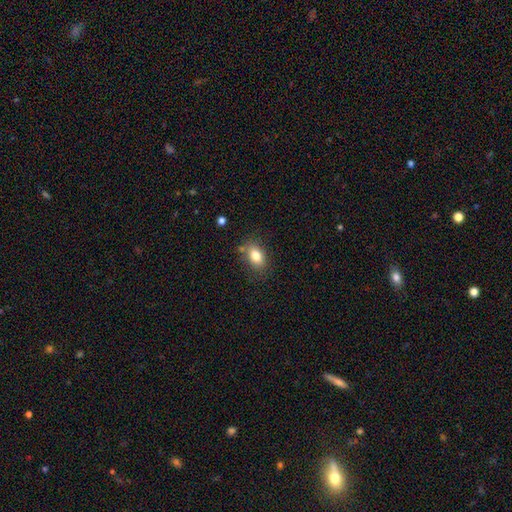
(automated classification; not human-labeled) Smooth or featured? Predicted: smooth (p=0.81). How rounded? Predicted: in between (p=0.83). Merging? Predicted: none (p=0.74).